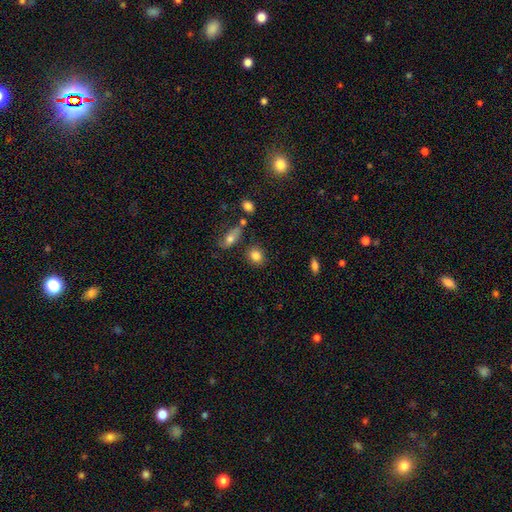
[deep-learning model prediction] Smooth or featured: smooth — 84% (star or artifact — 9%)
How rounded: round — 69% (in between — 30%)
Merging: none — 78% (minor disturbance — 12%)